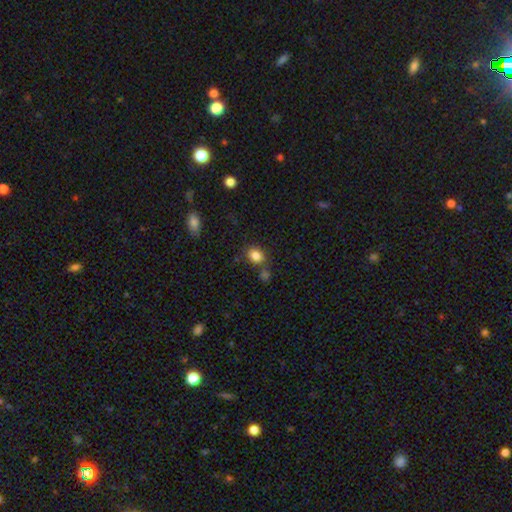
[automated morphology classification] Smooth or featured? smooth (84%)
How rounded? in between (53%)
Merging? none (70%)